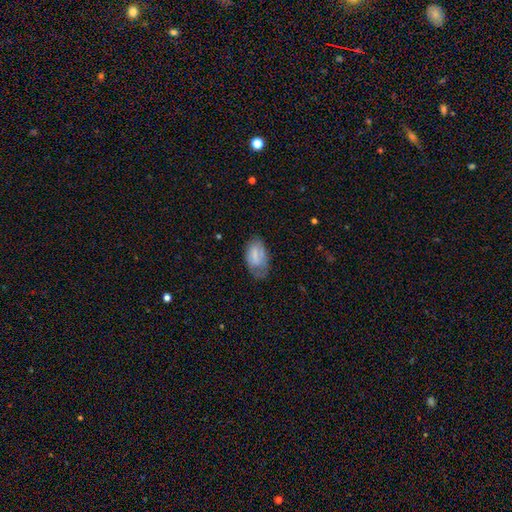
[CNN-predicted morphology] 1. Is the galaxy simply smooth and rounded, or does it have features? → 63% smooth, 29% featured or disk, 8% star or artifact.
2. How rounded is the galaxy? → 92% in between, 5% round, 3% cigar-shaped.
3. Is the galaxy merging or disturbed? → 48% none, 34% minor disturbance, 16% major disturbance, 2% merger.